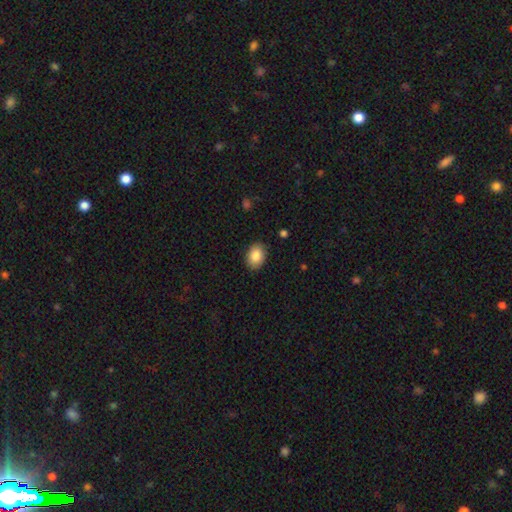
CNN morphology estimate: Smooth or featured: smooth — 86% (star or artifact — 8%)
How rounded: in between — 76% (round — 23%)
Merging: none — 88% (minor disturbance — 9%)